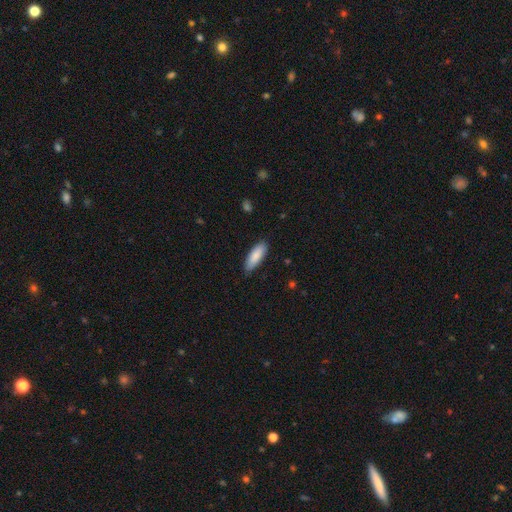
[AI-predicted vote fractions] smooth 87%, featured or disk 7%, star or artifact 6%. Down the decision tree: how rounded — in between (66%); merging — none (83%).